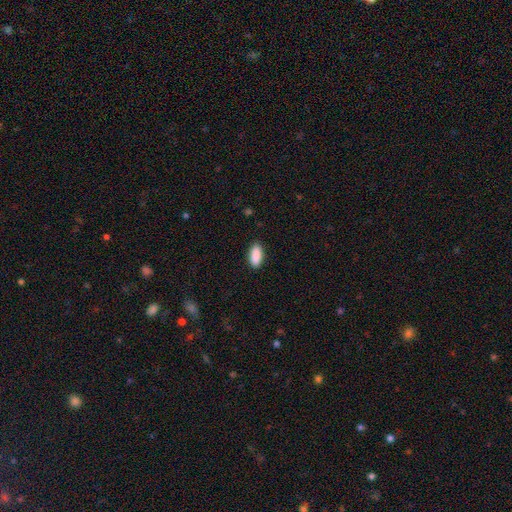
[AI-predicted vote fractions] Smooth or featured? smooth (91%)
How rounded? in between (87%)
Merging? none (89%)